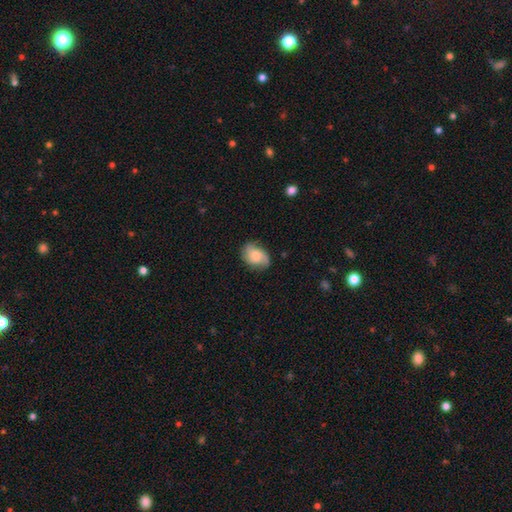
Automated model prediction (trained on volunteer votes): Smooth or featured?
  - featured or disk: 49% *
  - smooth: 43%
  - star or artifact: 8%
Merging?
  - none: 68% *
  - minor disturbance: 23%
  - major disturbance: 8%
  - merger: 1%